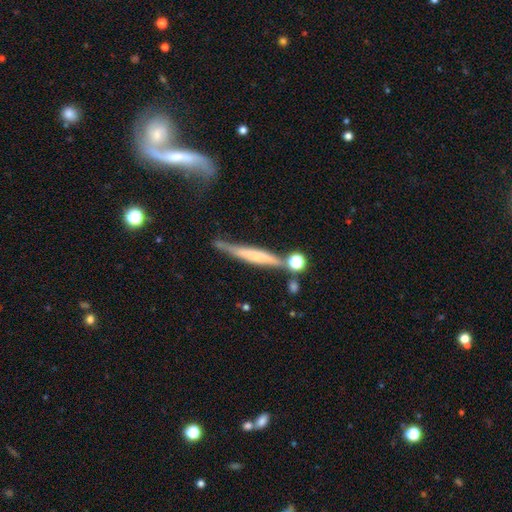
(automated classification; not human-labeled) Smooth or featured?
  - featured or disk: 54% *
  - smooth: 37%
  - star or artifact: 9%
Edge-on disk?
  - yes: 89% *
  - no: 11%
Merging?
  - none: 57% *
  - minor disturbance: 21%
  - merger: 14%
  - major disturbance: 8%